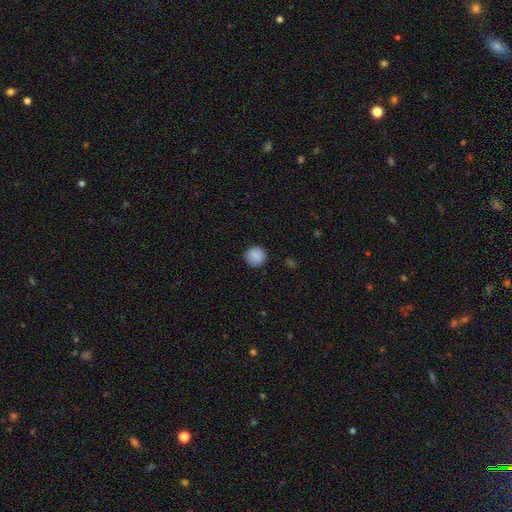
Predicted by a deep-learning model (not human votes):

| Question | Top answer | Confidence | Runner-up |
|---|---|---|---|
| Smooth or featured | smooth | 88% | star or artifact (8%) |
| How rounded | round | 94% | in between (5%) |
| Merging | none | 91% | minor disturbance (6%) |